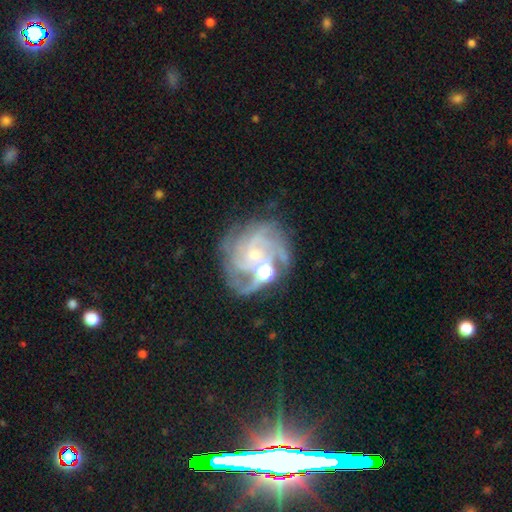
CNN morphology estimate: This appears to be a featured or disk galaxy (82%) with no bar (65%), tight (57%) spiral arms (94%) and a small central bulge (57%). Merging: none (59%).